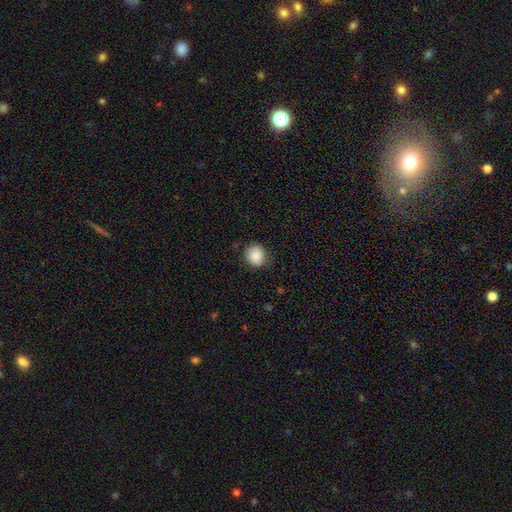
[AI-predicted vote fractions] Morphology: type=smooth (82%); roundness=round (81%); merging=none (80%).